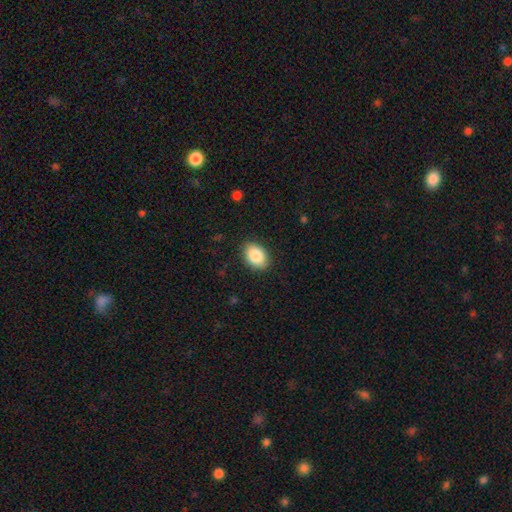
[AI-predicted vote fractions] This appears to be a smooth galaxy with no disk features (87%) that is in between round and cigar-shaped (84%). Merging: none (88%).